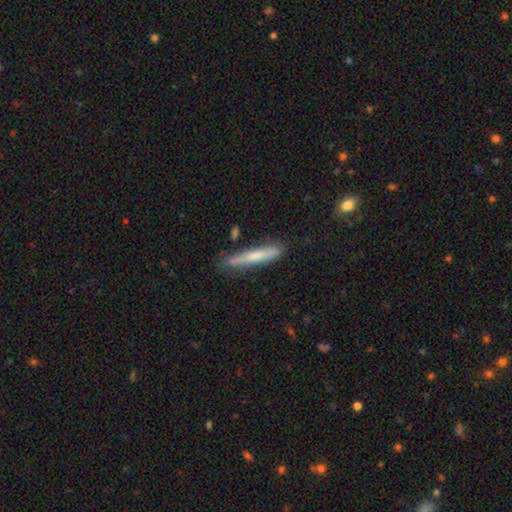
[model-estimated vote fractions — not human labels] Smooth or featured: smooth — 63% (featured or disk — 31%)
How rounded: cigar-shaped — 93% (in between — 5%)
Merging: none — 76% (minor disturbance — 18%)